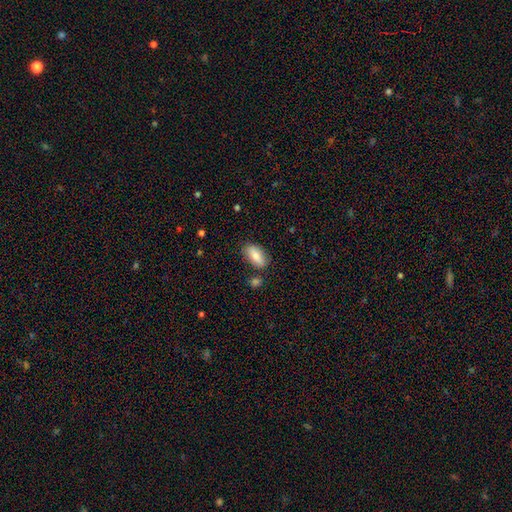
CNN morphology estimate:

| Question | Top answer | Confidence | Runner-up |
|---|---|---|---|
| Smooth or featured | smooth | 78% | featured or disk (15%) |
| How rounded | in between | 88% | cigar-shaped (9%) |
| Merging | none | 81% | minor disturbance (12%) |